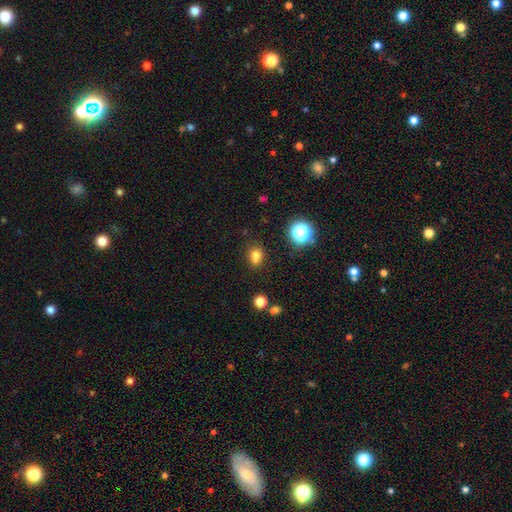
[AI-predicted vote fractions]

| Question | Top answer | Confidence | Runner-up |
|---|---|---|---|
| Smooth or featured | smooth | 74% | star or artifact (17%) |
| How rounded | round | 54% | in between (45%) |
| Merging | none | 57% | merger (24%) |